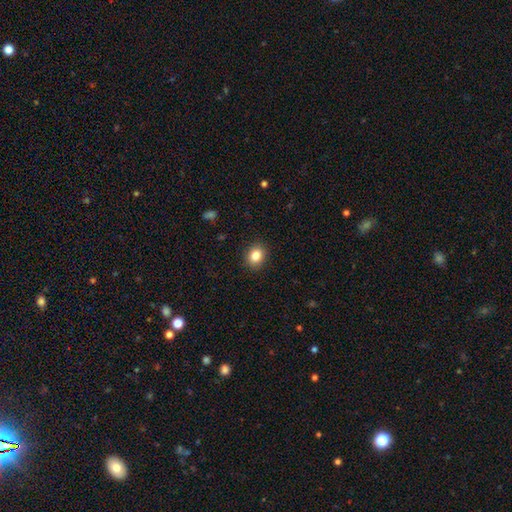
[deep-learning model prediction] The model was most divided on "how rounded": round: 59%, in between: 40%, cigar-shaped: 1%. More confident: merging — none (90%); smooth or featured — smooth (84%).